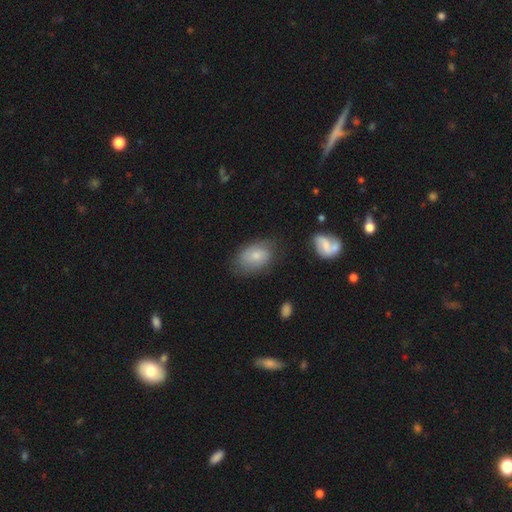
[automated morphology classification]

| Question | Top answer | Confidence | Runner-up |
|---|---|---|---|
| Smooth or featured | smooth | 69% | featured or disk (23%) |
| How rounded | in between | 88% | round (11%) |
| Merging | none | 65% | minor disturbance (25%) |